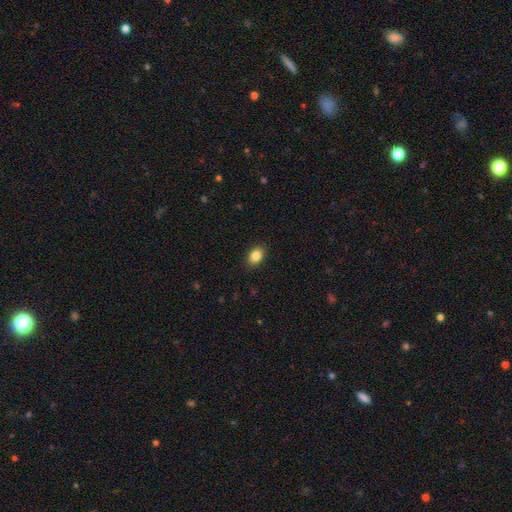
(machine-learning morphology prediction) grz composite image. It shows a smooth galaxy with no disk features (85%) that is in between round and cigar-shaped (79%). Merging: none (88%).